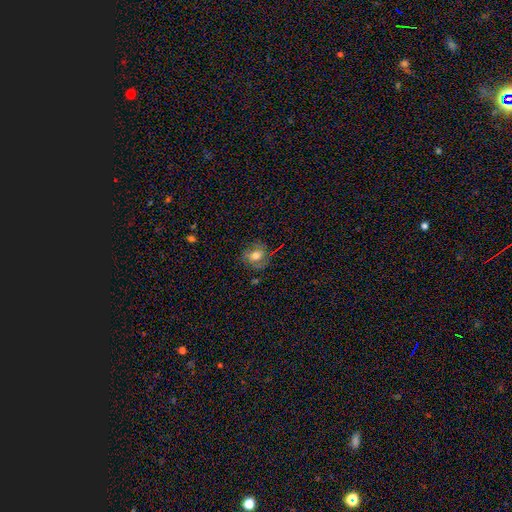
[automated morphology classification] Q: Smooth or featured?
A: smooth (59%); runner-up: featured or disk (29%)
Q: How rounded?
A: round (69%); runner-up: in between (30%)
Q: Merging?
A: none (72%); runner-up: minor disturbance (19%)